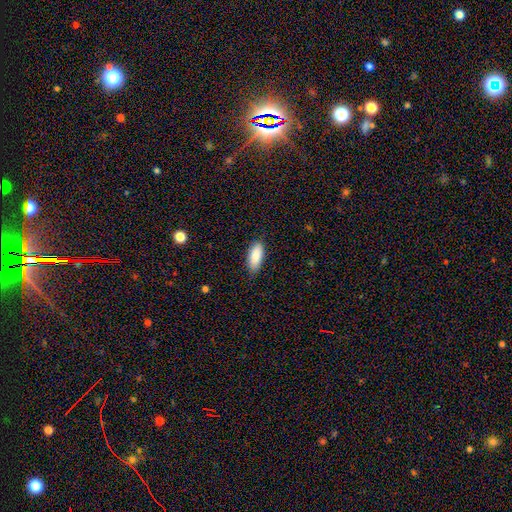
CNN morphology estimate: smooth-or-featured: smooth: 89% | star or artifact: 6% | featured or disk: 5%
  how-rounded: in between: 80% | cigar-shaped: 18% | round: 2%
  merging: none: 82% | minor disturbance: 14% | major disturbance: 2% | merger: 1%